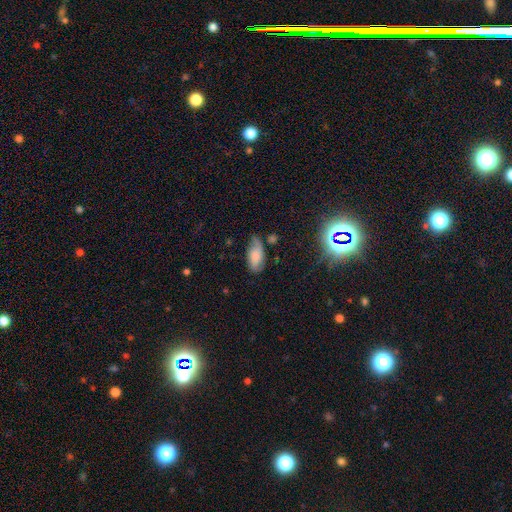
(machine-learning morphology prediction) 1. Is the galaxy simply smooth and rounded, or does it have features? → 57% smooth, 34% featured or disk, 9% star or artifact.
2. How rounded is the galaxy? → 91% in between, 6% cigar-shaped, 3% round.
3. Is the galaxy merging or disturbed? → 55% none, 31% minor disturbance, 10% major disturbance, 3% merger.